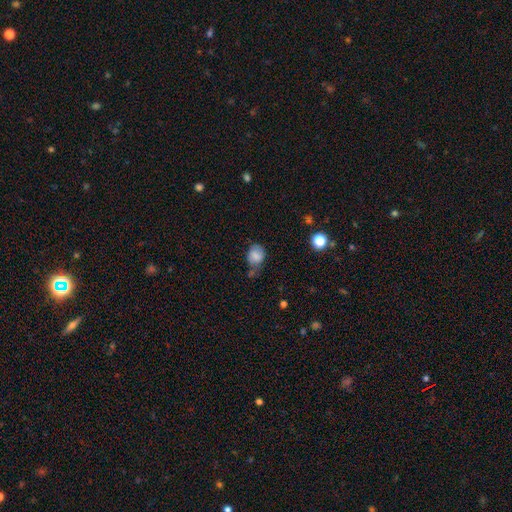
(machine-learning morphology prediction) Smooth or featured?
  - smooth: 78% *
  - featured or disk: 12%
  - star or artifact: 10%
How rounded?
  - in between: 51% *
  - round: 48%
  - cigar-shaped: 1%
Merging?
  - none: 48% *
  - minor disturbance: 31%
  - major disturbance: 11%
  - merger: 10%